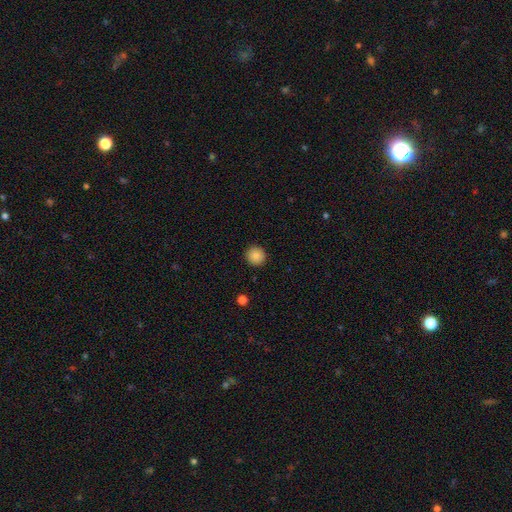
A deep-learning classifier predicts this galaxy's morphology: smooth 87%, star or artifact 9%, featured or disk 4%. Down the decision tree: how rounded — round (95%); merging — none (92%).